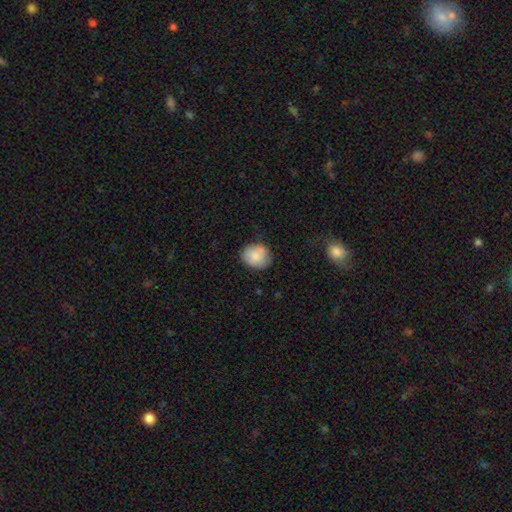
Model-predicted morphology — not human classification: Overall: smooth (83%). How rounded: round (67%; in between 32%). Merging: none (72%).